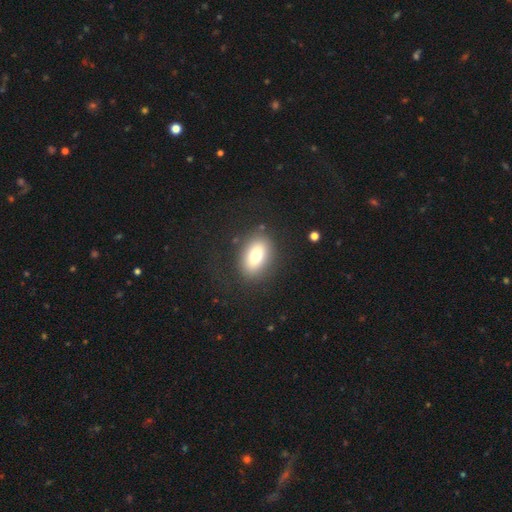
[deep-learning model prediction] This appears to be a smooth galaxy with no disk features (74%) that is in between round and cigar-shaped (81%). Merging: none (82%).